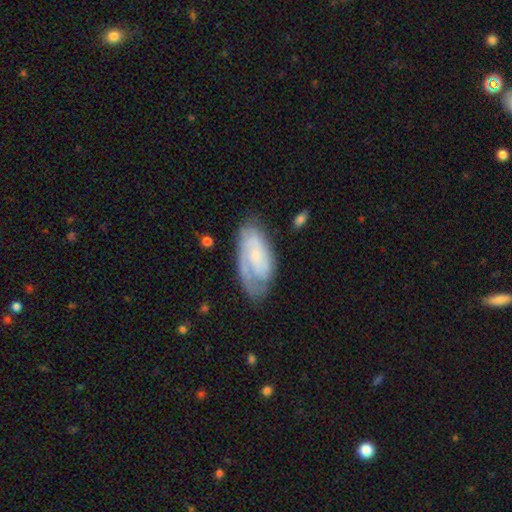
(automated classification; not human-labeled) smooth-or-featured: featured or disk: 73% | smooth: 22% | star or artifact: 6%
  disk-edge-on: no: 95% | yes: 5%
    bar: no: 62% | weak: 31% | strong: 7%
    has-spiral-arms: yes: 90% | no: 10%
      spiral-winding: tight: 54% | medium: 35% | loose: 12%
      spiral-arm-count: 2: 46% | can't tell: 27% | 1: 15% | 3: 8% | 4: 2% | more than 4: 2%
    bulge-size: small: 70% | moderate: 18% | none: 9% | large: 2% | dominant: 1%
  merging: none: 64% | minor disturbance: 23% | major disturbance: 11% | merger: 2%